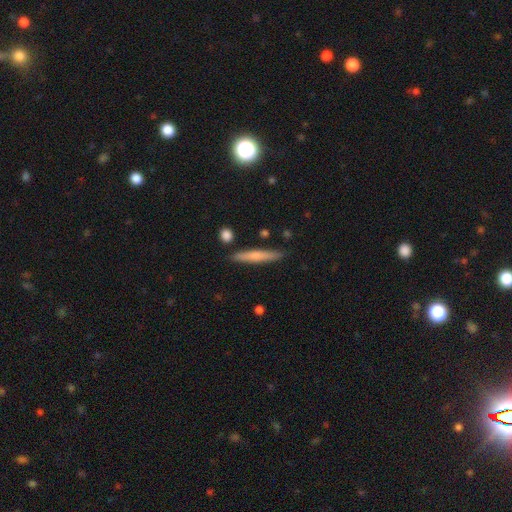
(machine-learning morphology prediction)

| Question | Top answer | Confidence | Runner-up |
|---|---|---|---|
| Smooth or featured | smooth | 61% | featured or disk (34%) |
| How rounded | cigar-shaped | 93% | in between (5%) |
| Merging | none | 87% | minor disturbance (9%) |